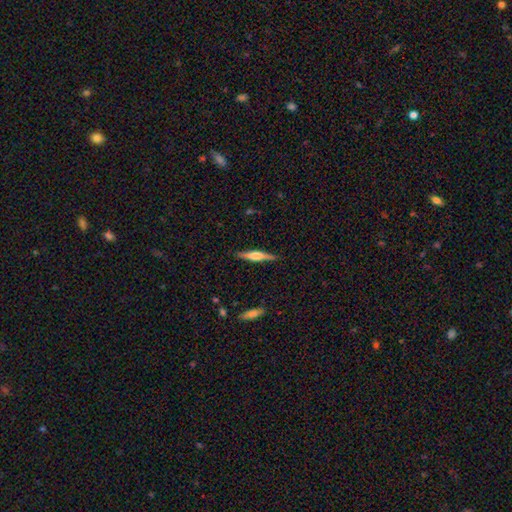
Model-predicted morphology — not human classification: A featured or disk galaxy (61%) viewed edge-on (97%) with a rounded central bulge (68%).

Vote fractions:
- Smooth or featured? featured or disk: 61% / smooth: 33% / star or artifact: 6%
- Edge-on disk? yes: 97% / no: 3%
- Edge-on bulge? rounded: 68% / boxy: 25% / none: 7%
- Merging? none: 87% / minor disturbance: 9% / major disturbance: 2% / merger: 1%